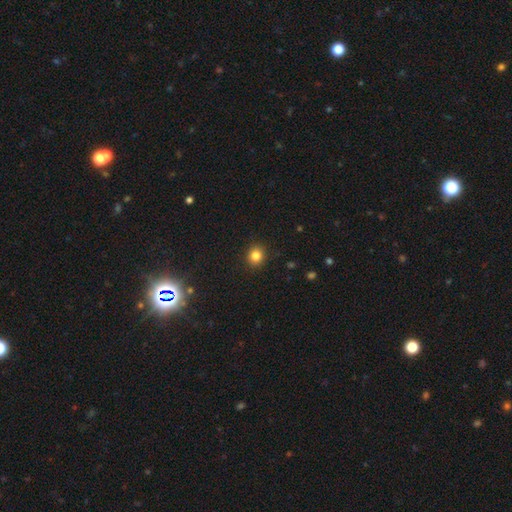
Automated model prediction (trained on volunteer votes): smooth-or-featured: smooth: 83% | star or artifact: 12% | featured or disk: 5%
  how-rounded: round: 81% | in between: 18% | cigar-shaped: 1%
  merging: none: 91% | minor disturbance: 6% | major disturbance: 2% | merger: 1%